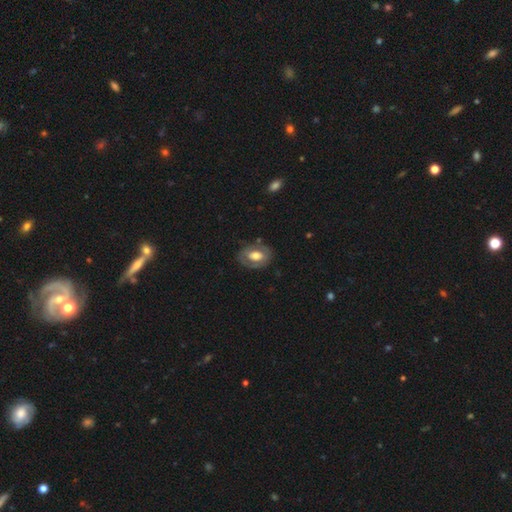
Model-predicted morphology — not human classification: A featured or disk galaxy (49%). Merging: none (73%).